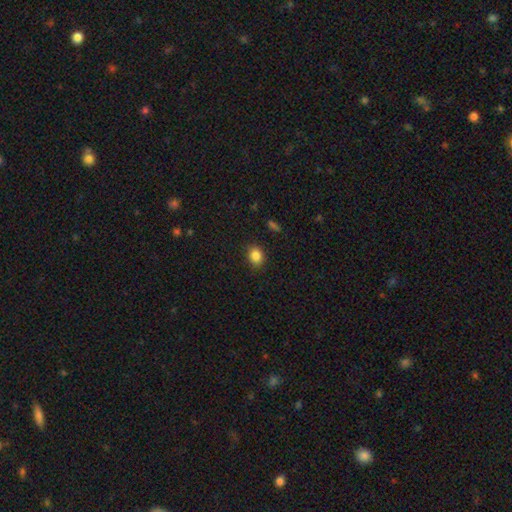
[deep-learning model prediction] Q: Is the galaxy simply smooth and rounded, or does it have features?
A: smooth — 85%.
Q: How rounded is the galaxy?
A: round — 52%.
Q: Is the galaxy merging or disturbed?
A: none — 87%.